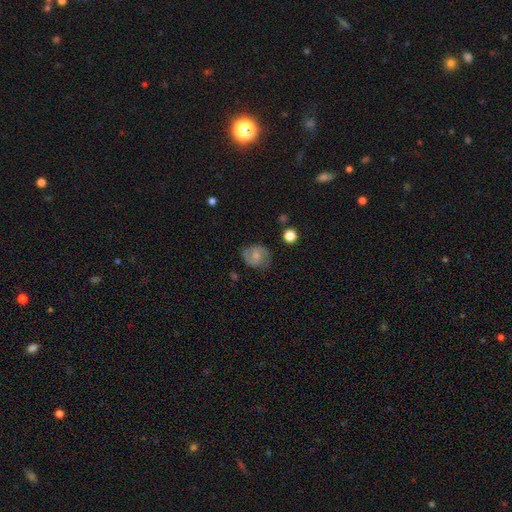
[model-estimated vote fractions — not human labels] smooth-or-featured: featured or disk: 65% | smooth: 27% | star or artifact: 8%
  disk-edge-on: no: 98% | yes: 2%
    bar: no: 56% | weak: 38% | strong: 6%
    has-spiral-arms: yes: 91% | no: 9%
      spiral-winding: medium: 50% | tight: 34% | loose: 16%
      spiral-arm-count: 2: 85% | can't tell: 8% | 1: 3% | 3: 2% | 4: 1% | more than 4: 1%
    bulge-size: small: 44% | moderate: 35% | none: 16% | large: 4% | dominant: 1%
  merging: none: 76% | minor disturbance: 17% | major disturbance: 6% | merger: 2%